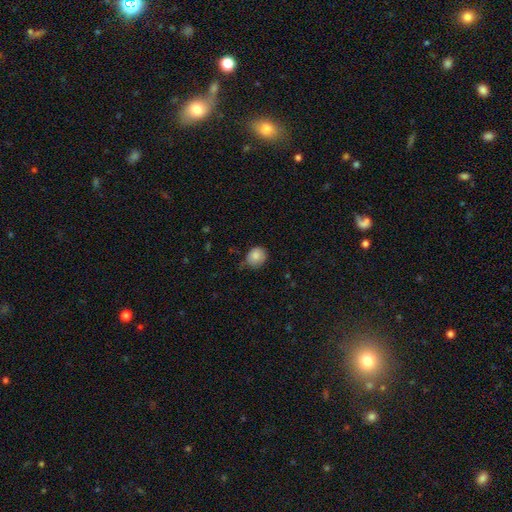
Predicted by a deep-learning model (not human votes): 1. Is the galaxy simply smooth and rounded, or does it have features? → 85% smooth, 8% star or artifact, 7% featured or disk.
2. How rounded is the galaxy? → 67% round, 32% in between, 1% cigar-shaped.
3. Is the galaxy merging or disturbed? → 60% none, 32% minor disturbance, 6% major disturbance, 2% merger.